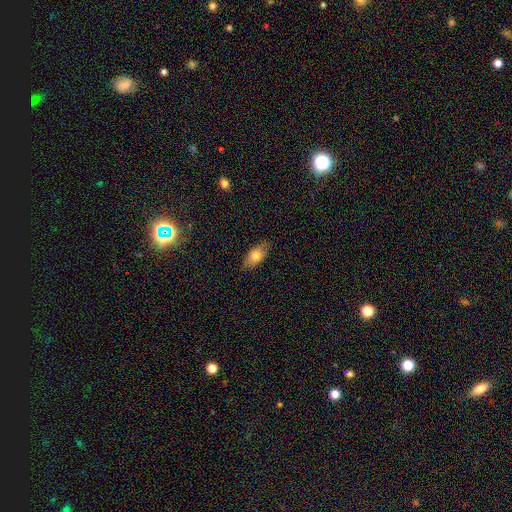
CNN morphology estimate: This is likely a smooth galaxy (73%). How rounded: clearly in between (86%). Merging: clearly none (85%).